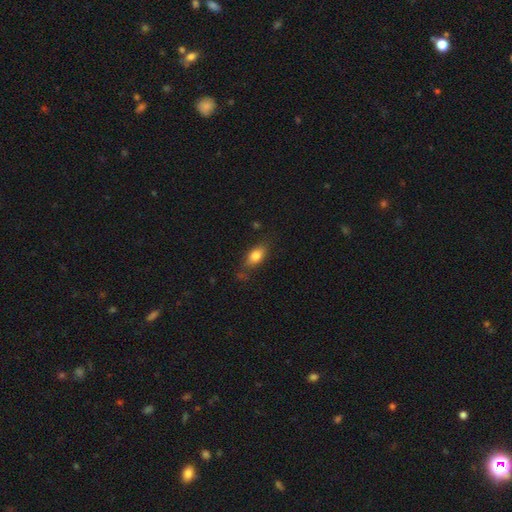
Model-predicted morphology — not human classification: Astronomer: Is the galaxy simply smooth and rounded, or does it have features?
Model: smooth — 79%.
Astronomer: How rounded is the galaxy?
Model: in between — 82%.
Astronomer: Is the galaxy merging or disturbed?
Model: none — 67%.